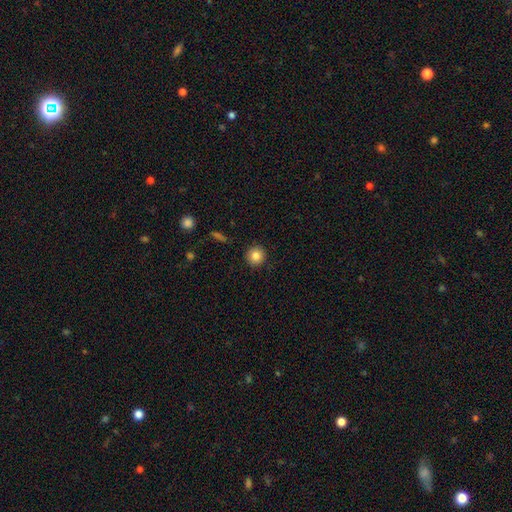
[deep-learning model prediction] Smooth or featured? Predicted: smooth (p=0.84). How rounded? Predicted: round (p=0.94). Merging? Predicted: none (p=0.91).